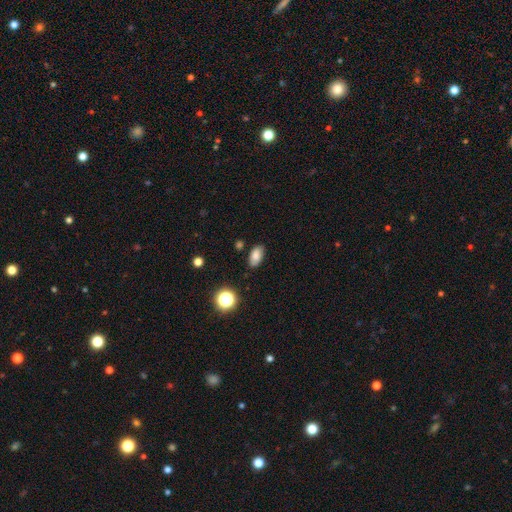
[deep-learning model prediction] smooth-or-featured: smooth: 82% | star or artifact: 11% | featured or disk: 7%
  how-rounded: in between: 90% | round: 7% | cigar-shaped: 3%
  merging: none: 81% | minor disturbance: 14% | major disturbance: 3% | merger: 2%